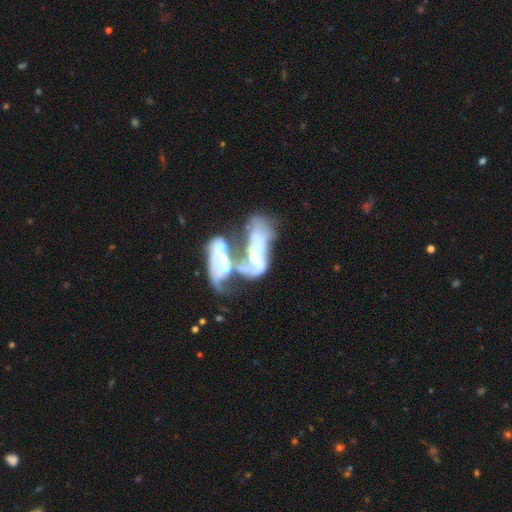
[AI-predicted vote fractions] featured or disk 70%, smooth 20%, star or artifact 10%. Down the decision tree: edge-on disk — no (94%); bar — no (64%); spiral arms — yes (51%); bulge size — moderate (36%); merging — merger (76%).